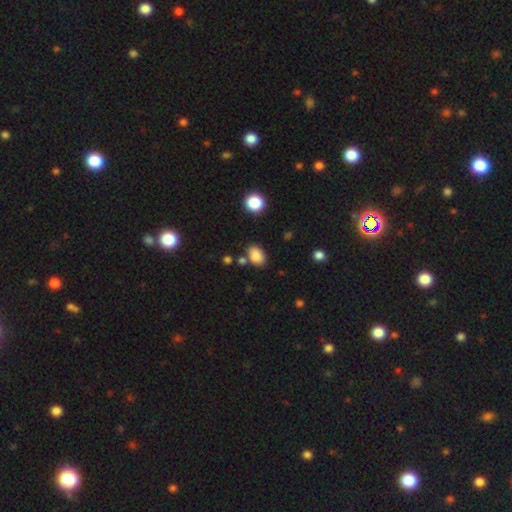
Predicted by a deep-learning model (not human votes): Overall: smooth (85%). How rounded: in between (79%). Merging: none (73%).